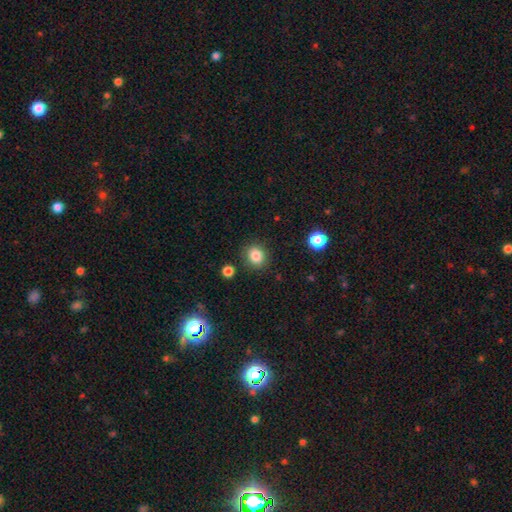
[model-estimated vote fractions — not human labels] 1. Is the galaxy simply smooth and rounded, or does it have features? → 84% smooth, 11% star or artifact, 5% featured or disk.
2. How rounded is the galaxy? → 75% round, 24% in between, 1% cigar-shaped.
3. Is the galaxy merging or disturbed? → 86% none, 9% minor disturbance, 3% major disturbance, 3% merger.